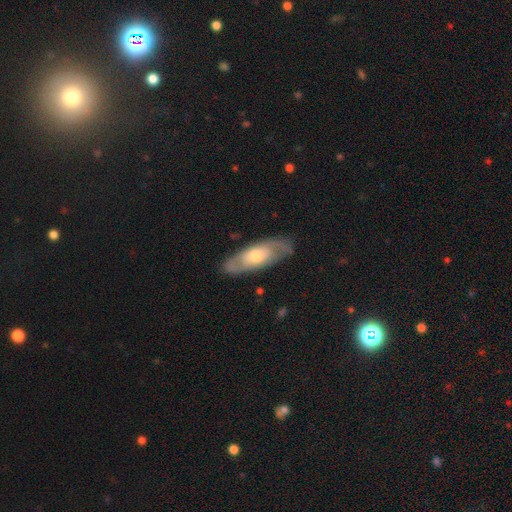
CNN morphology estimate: smooth-or-featured: featured or disk: 62% | smooth: 32% | star or artifact: 5%
  disk-edge-on: no: 77% | yes: 23%
  merging: none: 82% | minor disturbance: 13% | major disturbance: 4% | merger: 1%